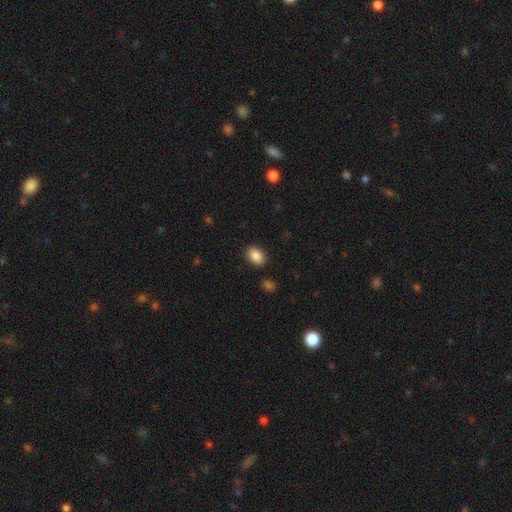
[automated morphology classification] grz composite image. It shows a smooth galaxy with no disk features (88%) that is in between round and cigar-shaped (81%). Merging: none (88%).